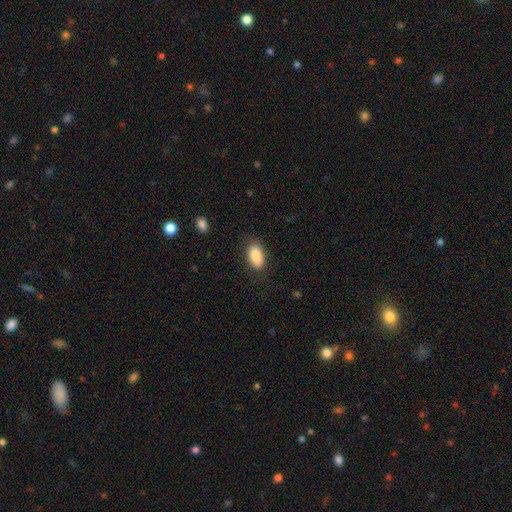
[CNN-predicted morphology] This appears to be a smooth galaxy with no disk features (87%) that is in between round and cigar-shaped (92%). Merging: none (84%).